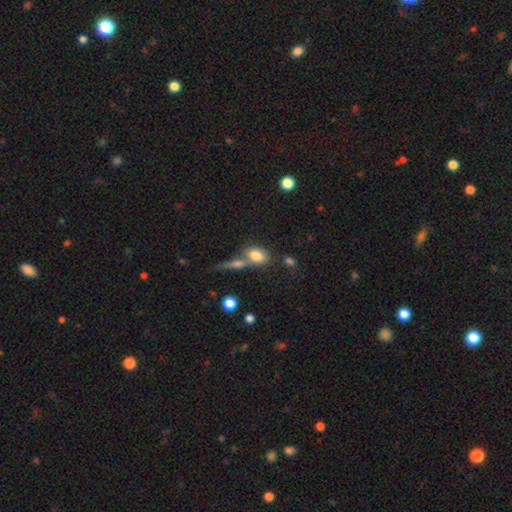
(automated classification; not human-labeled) Morphology: type=smooth (79%); roundness=in between (73%); merging=none (45%).